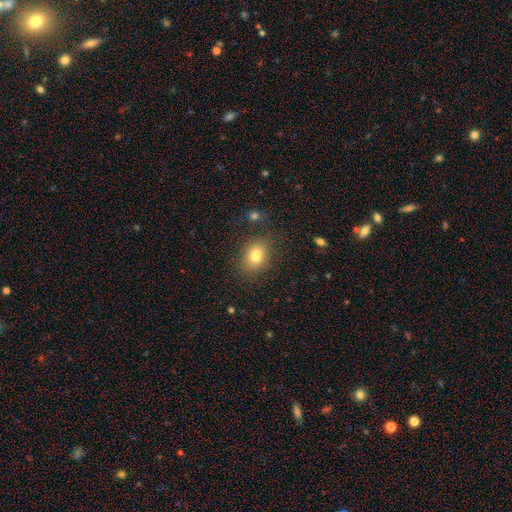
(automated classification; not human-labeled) A smooth galaxy with no disk features (78%) that is in between round and cigar-shaped (57%). Merging: none (80%).